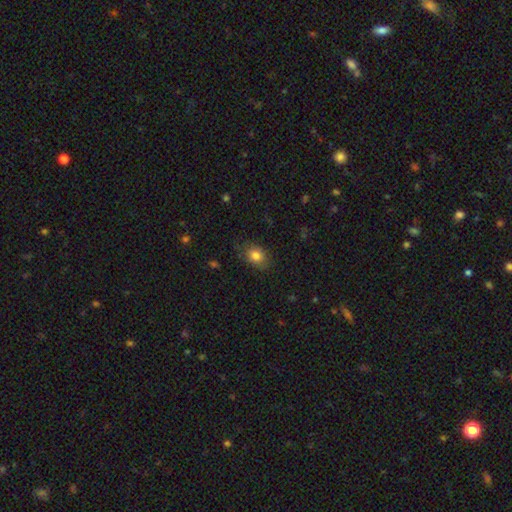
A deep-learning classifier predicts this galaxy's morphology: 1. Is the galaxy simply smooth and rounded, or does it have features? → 82% smooth, 10% star or artifact, 9% featured or disk.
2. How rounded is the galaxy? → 64% in between, 35% round, 1% cigar-shaped.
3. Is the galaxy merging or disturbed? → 78% none, 17% minor disturbance, 4% major disturbance, 1% merger.